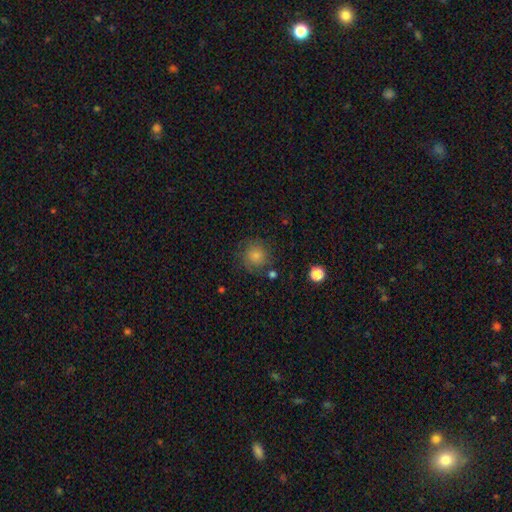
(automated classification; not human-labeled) Overall: smooth (80%). How rounded: round (91%). Merging: none (75%).